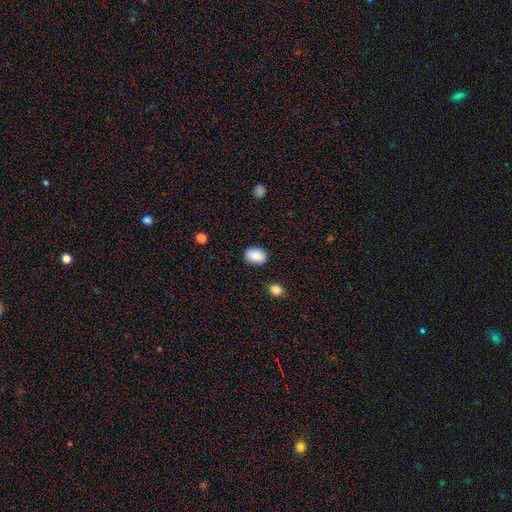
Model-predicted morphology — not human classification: Smooth or featured? smooth (87%)
How rounded? in between (77%)
Merging? none (86%)